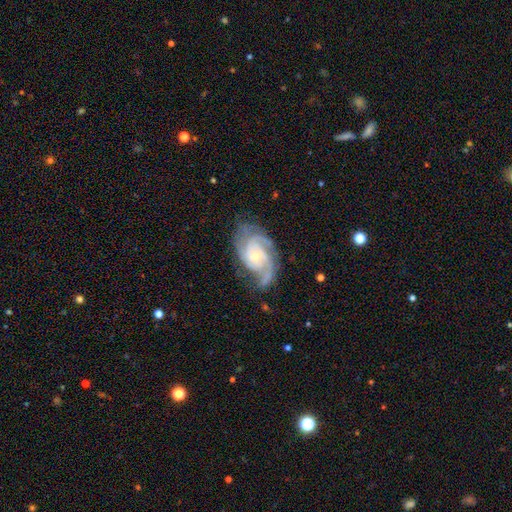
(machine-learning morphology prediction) smooth_or_featured: featured or disk (p=0.90) [alt: smooth p=0.06]
disk_edge_on: no (p=0.98) [alt: yes p=0.02]
bar: no (p=0.69) [alt: weak p=0.26]
has_spiral_arms: yes (p=0.98) [alt: no p=0.02]
spiral_winding: tight (p=0.51) [alt: medium p=0.41]
spiral_arm_count: 3 (p=0.39) [alt: 2 p=0.26]
bulge_size: small (p=0.71) [alt: moderate p=0.23]
merging: none (p=0.64) [alt: minor disturbance p=0.22]